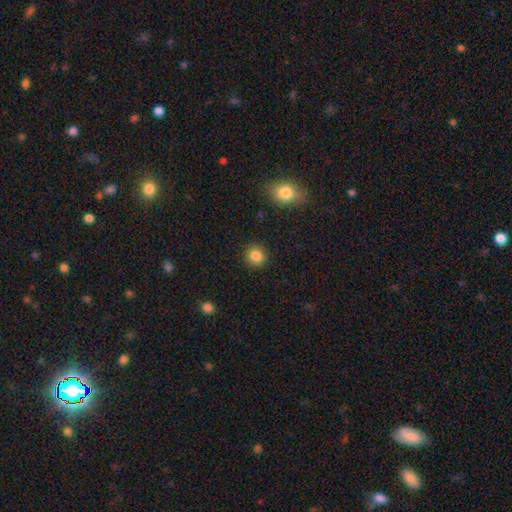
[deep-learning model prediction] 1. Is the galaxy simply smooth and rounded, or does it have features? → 85% smooth, 11% star or artifact, 5% featured or disk.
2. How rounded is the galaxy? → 90% round, 9% in between, 1% cigar-shaped.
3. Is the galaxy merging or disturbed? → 91% none, 6% minor disturbance, 2% major disturbance, 1% merger.